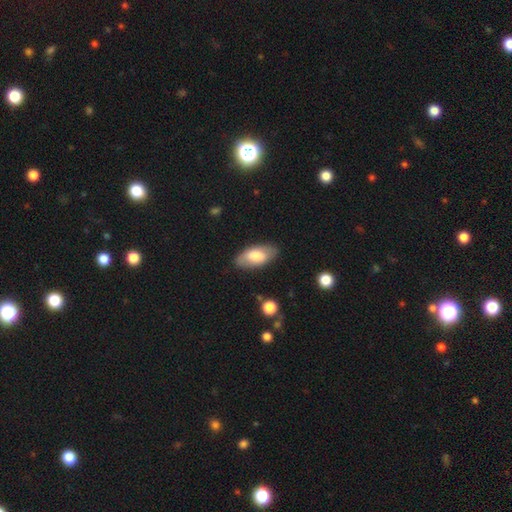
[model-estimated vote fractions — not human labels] Smooth or featured? smooth (73%)
How rounded? in between (90%)
Merging? none (83%)